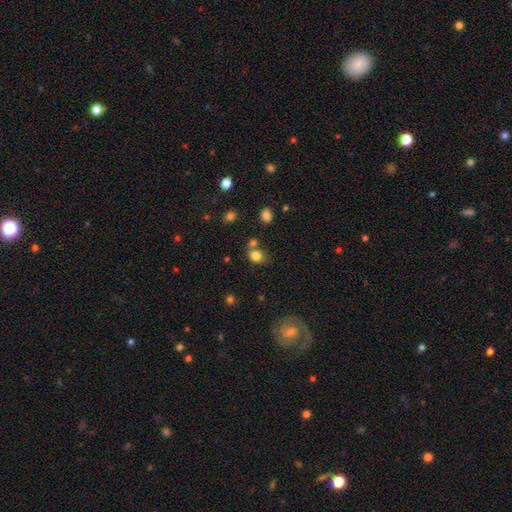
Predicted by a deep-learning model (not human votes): The model was most divided on "how rounded": round: 62%, in between: 37%, cigar-shaped: 1%. More confident: smooth or featured — smooth (81%); merging — none (59%).